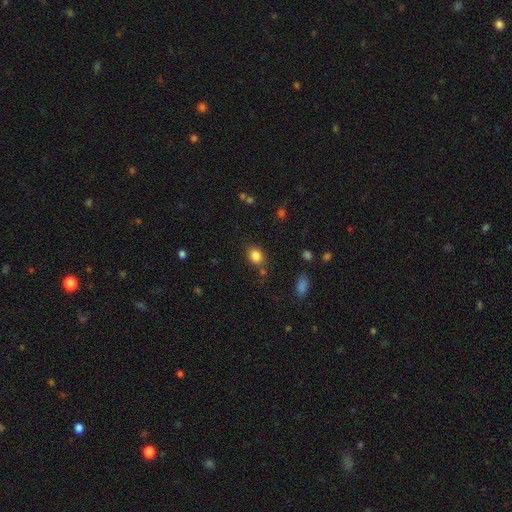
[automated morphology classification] Overall: smooth (84%). How rounded: in between (52%; round 47%). Merging: none (75%).